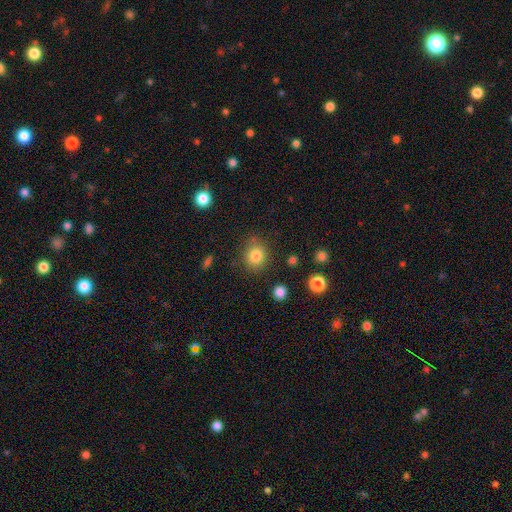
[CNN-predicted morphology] Smooth or featured? smooth (83%)
How rounded? round (75%)
Merging? none (80%)